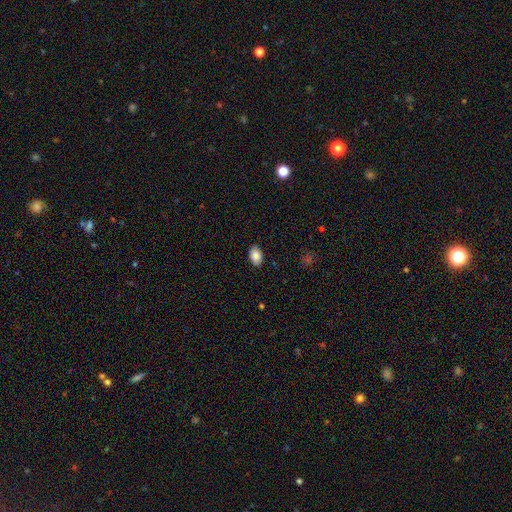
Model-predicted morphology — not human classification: Overall: smooth (88%). How rounded: in between (89%). Merging: none (87%).